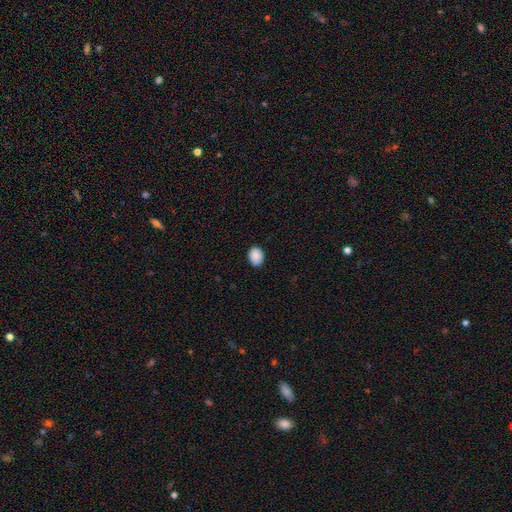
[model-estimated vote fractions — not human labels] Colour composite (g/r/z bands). It shows a smooth galaxy with no disk features (89%) that is in between round and cigar-shaped (50%). Merging: none (87%).